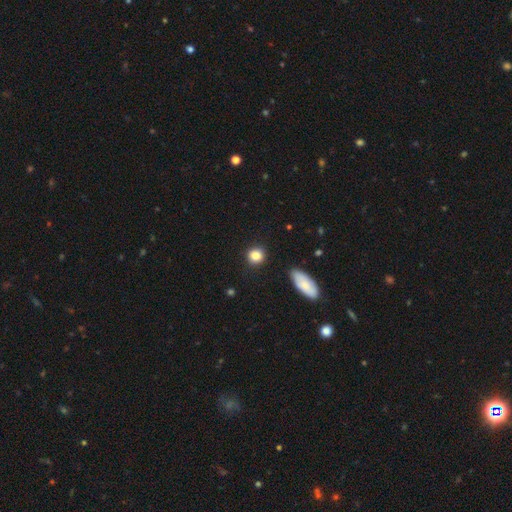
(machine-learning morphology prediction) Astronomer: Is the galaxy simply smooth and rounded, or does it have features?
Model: smooth — 84%.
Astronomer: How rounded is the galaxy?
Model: round — 85%.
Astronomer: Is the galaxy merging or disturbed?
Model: none — 88%.